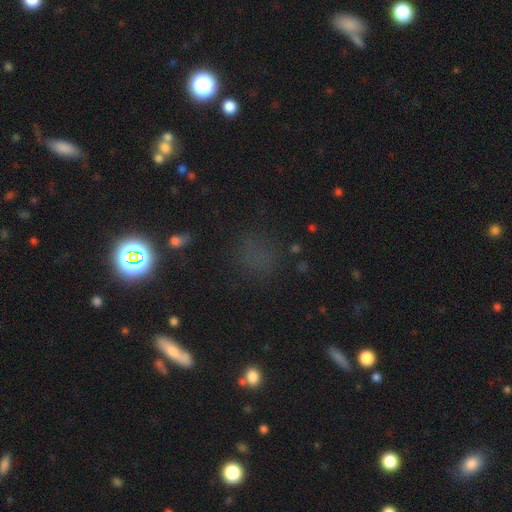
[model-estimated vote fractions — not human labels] A smooth galaxy with no disk features (43%, tied with star or artifact).

Vote fractions:
- Smooth or featured? smooth: 43% (tied) / star or artifact: 43% (tied) / featured or disk: 14%
- Merging? none: 73% / minor disturbance: 14% / major disturbance: 9% / merger: 4%